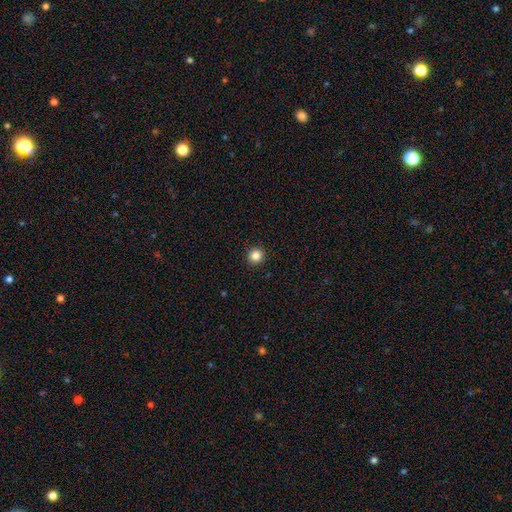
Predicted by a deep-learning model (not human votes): smooth-or-featured: smooth: 85% | star or artifact: 11% | featured or disk: 4%
  how-rounded: round: 94% | in between: 5% | cigar-shaped: 1%
  merging: none: 93% | minor disturbance: 5% | major disturbance: 2% | merger: 1%